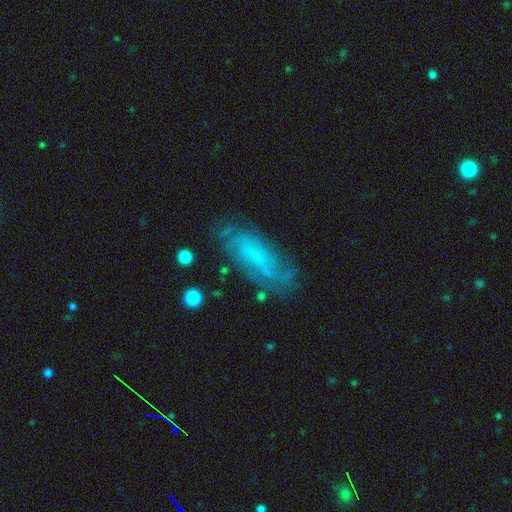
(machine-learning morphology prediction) This is possibly a featured or disk galaxy (51%). It is clearly not viewed edge-on (85%). Merging: likely none (68%).